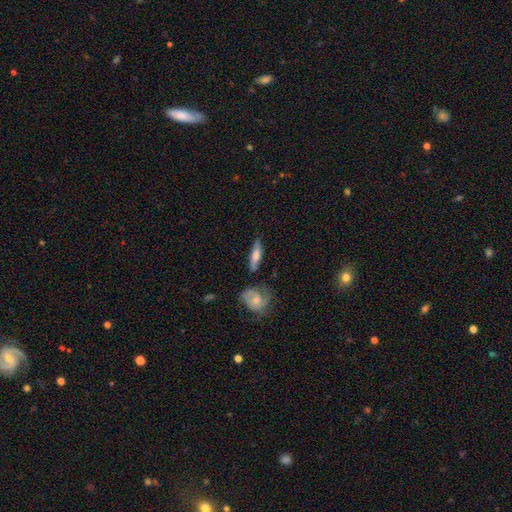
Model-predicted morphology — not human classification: Smooth or featured: smooth — 55% (featured or disk — 39%)
How rounded: cigar-shaped — 63% (in between — 34%)
Merging: none — 68% (minor disturbance — 20%)